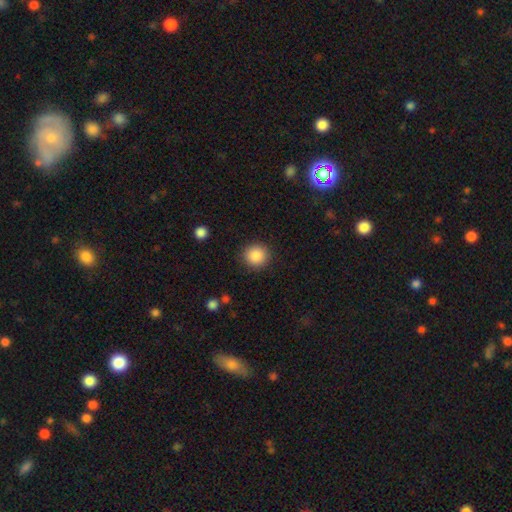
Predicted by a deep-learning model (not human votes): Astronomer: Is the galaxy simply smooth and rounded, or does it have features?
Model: smooth — 88%.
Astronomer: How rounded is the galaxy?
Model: round — 92%.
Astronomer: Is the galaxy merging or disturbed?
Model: none — 90%.